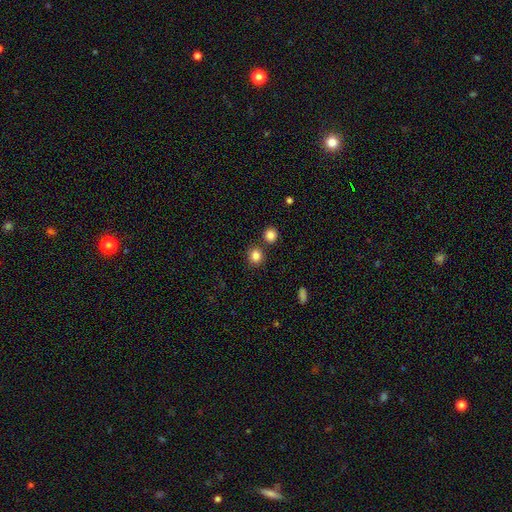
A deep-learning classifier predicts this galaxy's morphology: Smooth or featured? smooth (84%)
How rounded? round (85%)
Merging? none (78%)